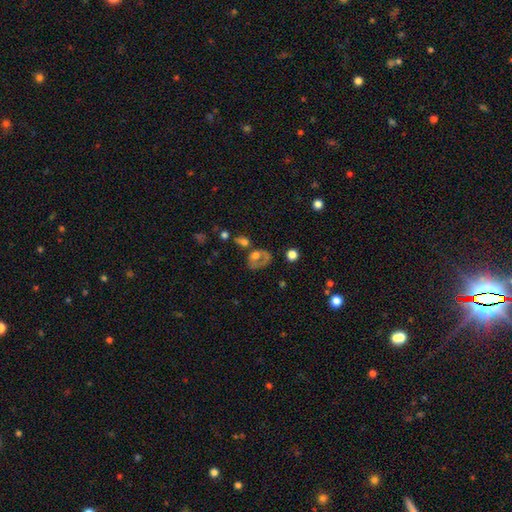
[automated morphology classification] This is possibly a smooth galaxy (52%). How rounded: likely in between (61%). Merging: marginally major disturbance (30%, tied with none).